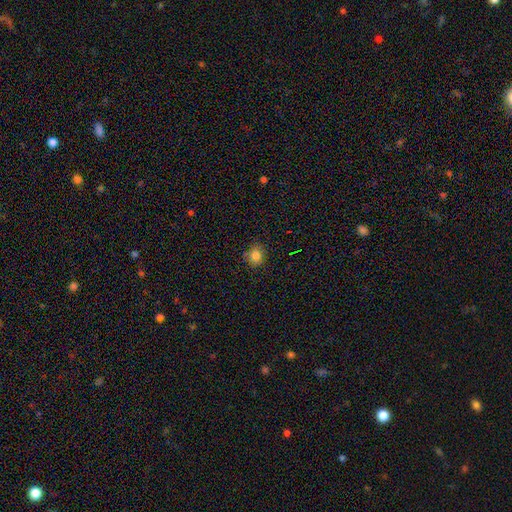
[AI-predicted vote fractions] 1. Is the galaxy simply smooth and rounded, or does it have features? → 81% smooth, 13% star or artifact, 6% featured or disk.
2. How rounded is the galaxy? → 75% round, 24% in between, 1% cigar-shaped.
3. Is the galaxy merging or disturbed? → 82% none, 13% minor disturbance, 3% merger, 3% major disturbance.